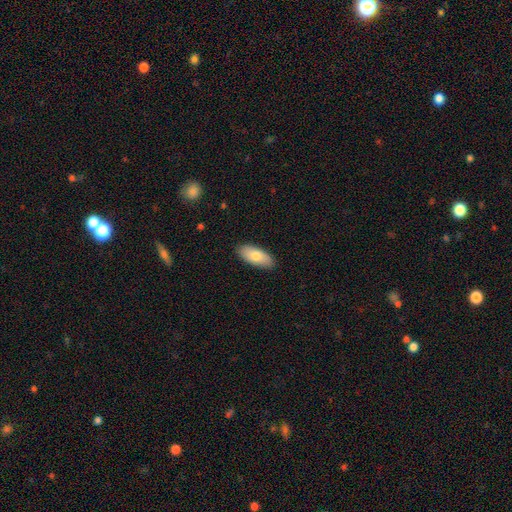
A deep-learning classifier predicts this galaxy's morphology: Smooth or featured: smooth — 78% (featured or disk — 16%)
How rounded: in between — 87% (cigar-shaped — 11%)
Merging: none — 88% (minor disturbance — 9%)